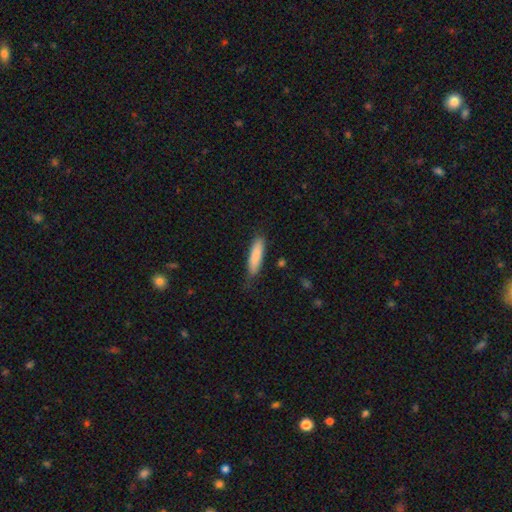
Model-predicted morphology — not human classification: A smooth galaxy with no disk features (83%) that is cigar-shaped (70%).

Vote fractions:
- Smooth or featured? smooth: 83% / featured or disk: 11% / star or artifact: 6%
- How rounded? cigar-shaped: 70% / in between: 29% / round: 1%
- Merging? none: 74% / minor disturbance: 20% / major disturbance: 4% / merger: 2%